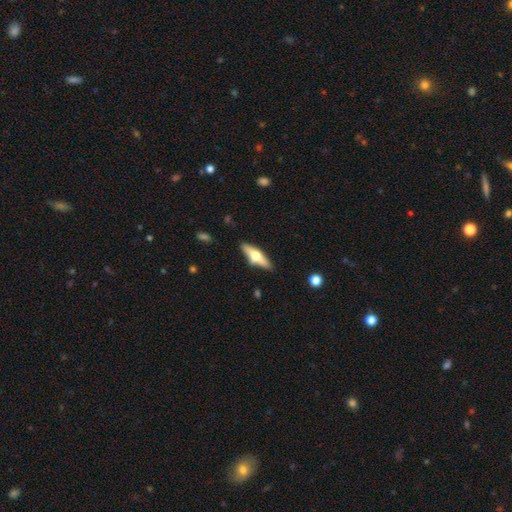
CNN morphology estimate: smooth_or_featured: featured or disk (p=0.52) [alt: smooth p=0.42]
disk_edge_on: yes (p=0.91) [alt: no p=0.09]
merging: none (p=0.82) [alt: minor disturbance p=0.12]